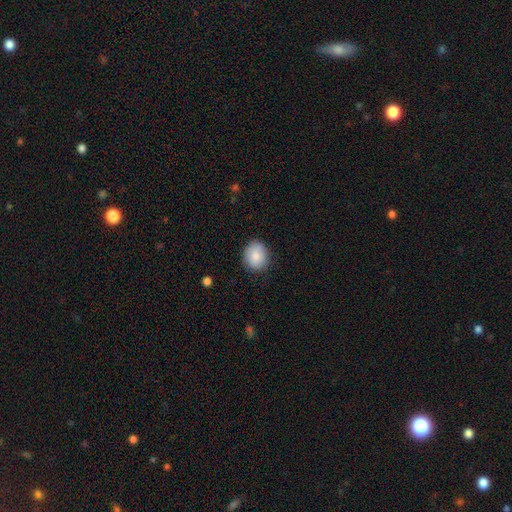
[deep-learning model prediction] Morphology: type=smooth (84%); roundness=round (64%); merging=none (83%).